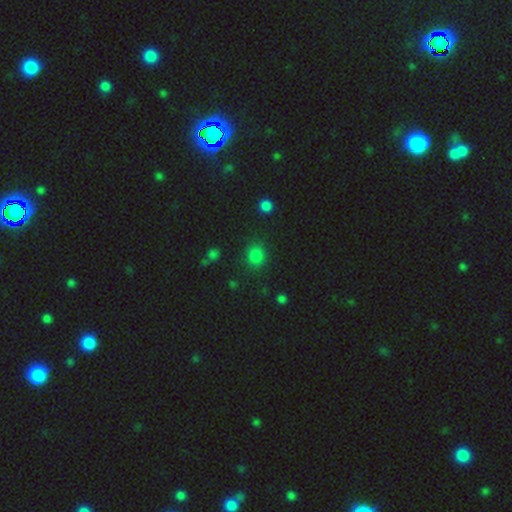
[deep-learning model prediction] This is clearly a smooth galaxy (81%). How rounded: clearly round (85%). Merging: clearly none (85%).